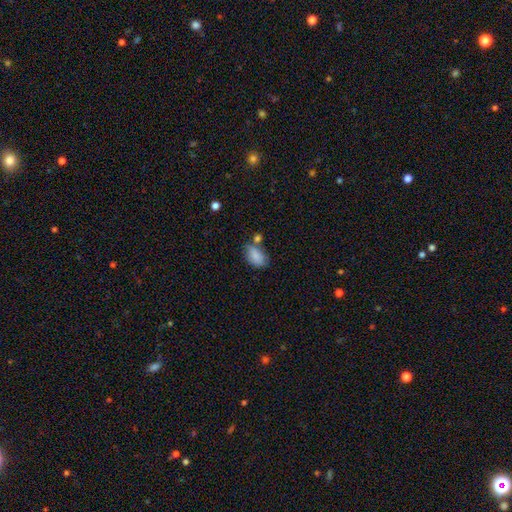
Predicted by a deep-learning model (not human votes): Q: Smooth or featured?
A: smooth (84%); runner-up: featured or disk (8%)
Q: How rounded?
A: in between (89%); runner-up: round (9%)
Q: Merging?
A: none (53%); runner-up: minor disturbance (22%)